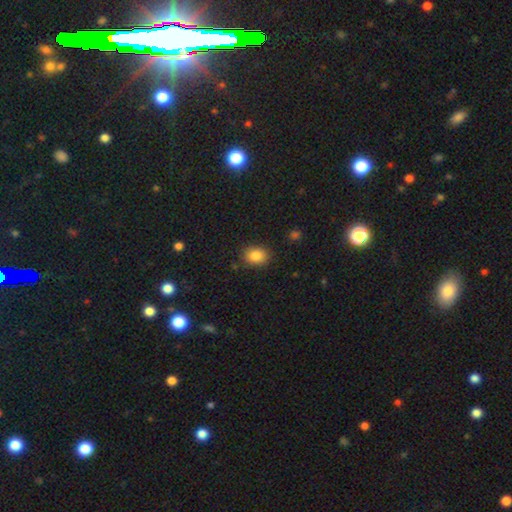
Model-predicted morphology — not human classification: This is clearly a smooth galaxy (85%). How rounded: possibly in between (56%). Merging: clearly none (86%).